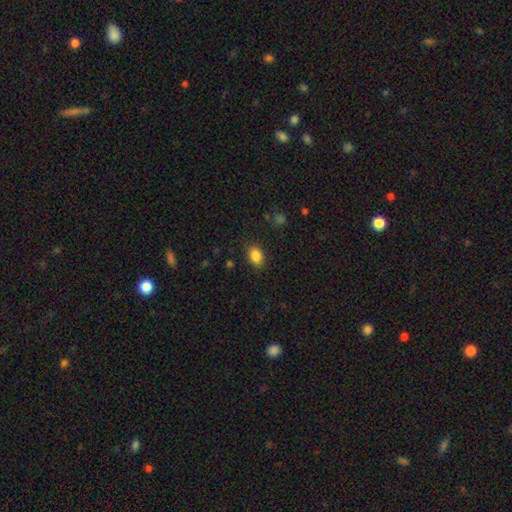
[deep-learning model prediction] Smooth or featured?
  - smooth: 86% *
  - star or artifact: 10%
  - featured or disk: 5%
How rounded?
  - in between: 76% *
  - round: 23%
  - cigar-shaped: 1%
Merging?
  - none: 86% *
  - minor disturbance: 10%
  - major disturbance: 3%
  - merger: 1%